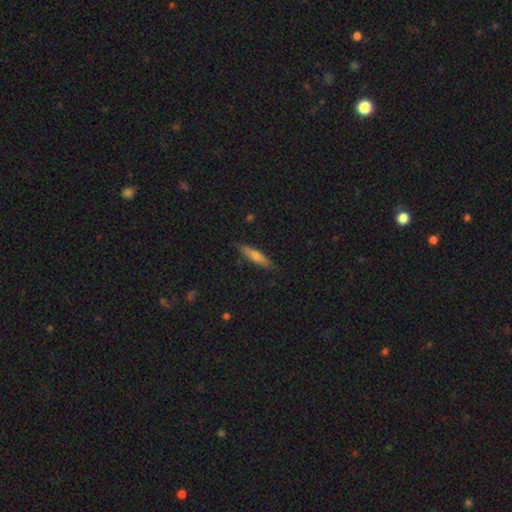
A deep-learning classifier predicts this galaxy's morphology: smooth-or-featured: smooth: 54% | featured or disk: 39% | star or artifact: 8%
  how-rounded: cigar-shaped: 86% | in between: 12% | round: 2%
  merging: none: 88% | minor disturbance: 9% | major disturbance: 2% | merger: 1%